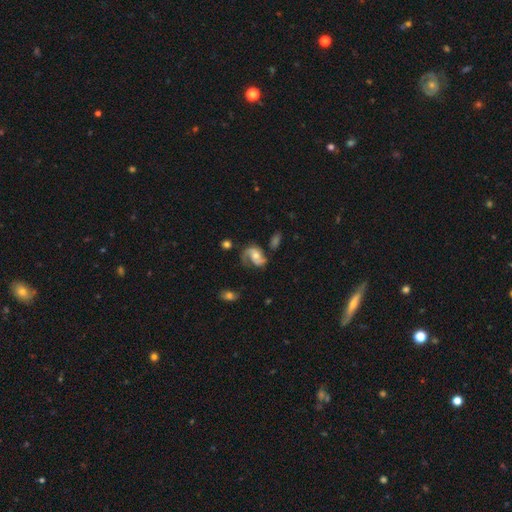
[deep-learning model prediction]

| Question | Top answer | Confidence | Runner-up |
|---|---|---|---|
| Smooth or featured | featured or disk | 79% | smooth (14%) |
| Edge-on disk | no | 97% | yes (3%) |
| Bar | no | 61% | weak (30%) |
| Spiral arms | yes | 94% | no (6%) |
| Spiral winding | medium | 46% | loose (33%) |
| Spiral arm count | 2 | 71% | 1 (19%) |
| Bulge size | moderate | 58% | small (34%) |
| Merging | none | 54% | minor disturbance (23%) |